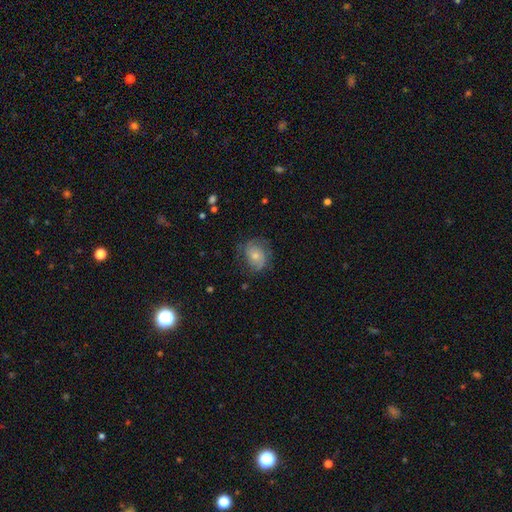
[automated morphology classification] Overall: smooth (46%, tied with featured or disk). Merging: none (63%; minor disturbance 24%).